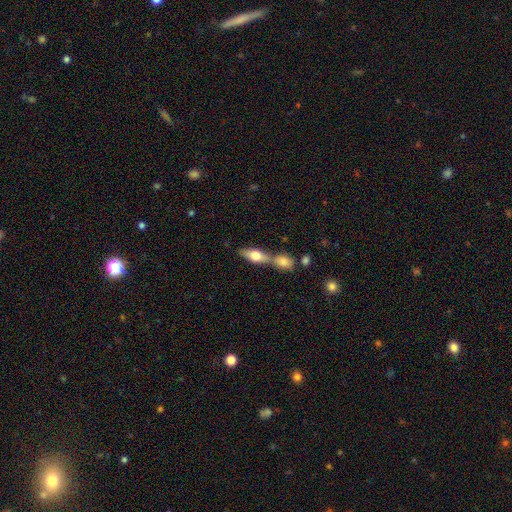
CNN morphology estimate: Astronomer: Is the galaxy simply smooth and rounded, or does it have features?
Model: smooth — 62%.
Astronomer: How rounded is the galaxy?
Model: in between — 66%.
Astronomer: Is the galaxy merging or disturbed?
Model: merger — 56% (runner-up: none, 32%).